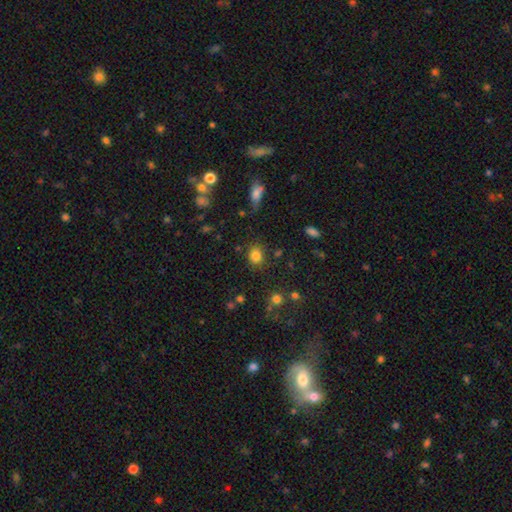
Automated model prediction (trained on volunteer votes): The model was most divided on "how rounded": round: 65%, in between: 34%, cigar-shaped: 1%. More confident: smooth or featured — smooth (82%); merging — none (81%).